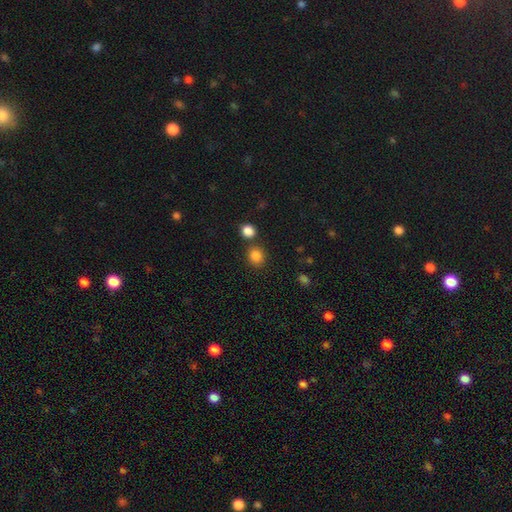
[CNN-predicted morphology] smooth 85%, star or artifact 11%, featured or disk 4%. Down the decision tree: how rounded — round (79%); merging — none (76%).